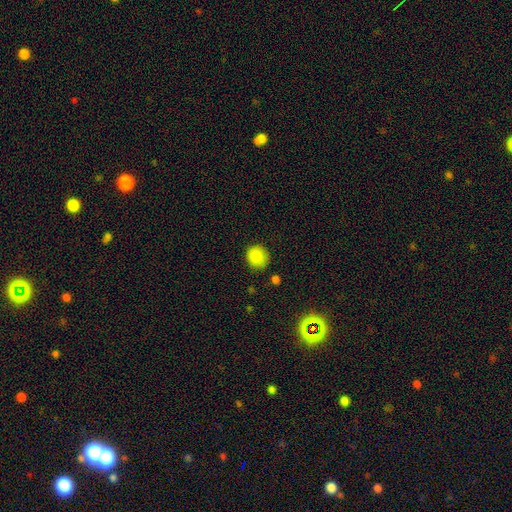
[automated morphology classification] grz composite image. It shows a smooth galaxy with no disk features (86%) that is round (86%). Merging: none (83%).